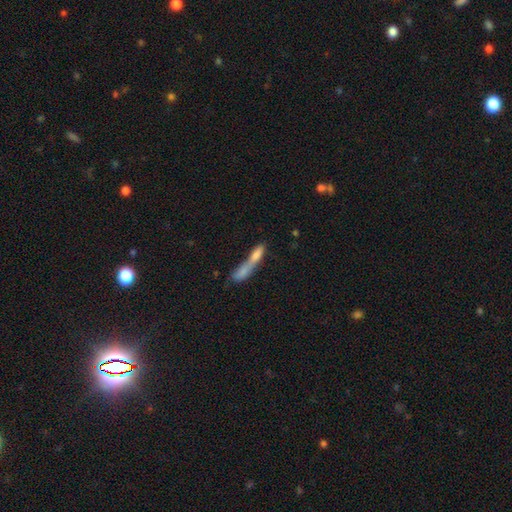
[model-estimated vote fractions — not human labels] This is likely a smooth galaxy (65%). How rounded: likely cigar-shaped (69%). Merging: likely merger (67%).